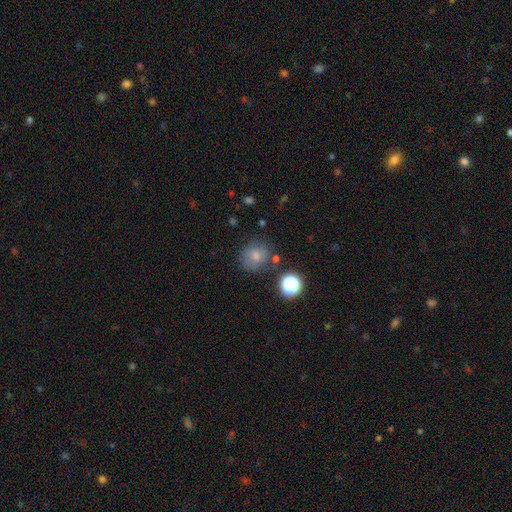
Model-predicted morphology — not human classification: Smooth or featured? Predicted: smooth (p=0.74). How rounded? Predicted: round (p=0.79). Merging? Predicted: none (p=0.71).